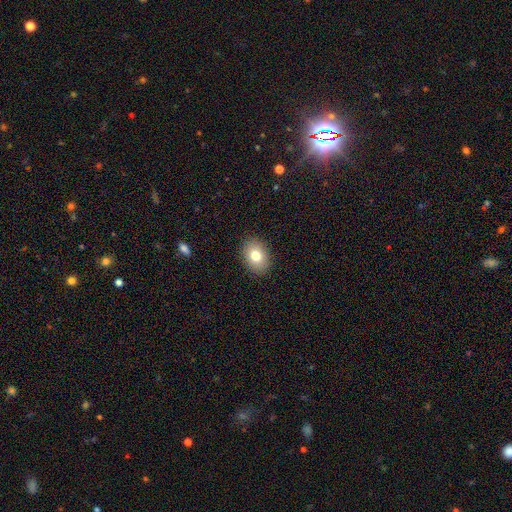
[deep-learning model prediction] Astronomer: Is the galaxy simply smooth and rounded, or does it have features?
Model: smooth — 79%.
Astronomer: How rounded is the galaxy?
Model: in between — 69%.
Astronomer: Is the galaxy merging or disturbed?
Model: none — 90%.